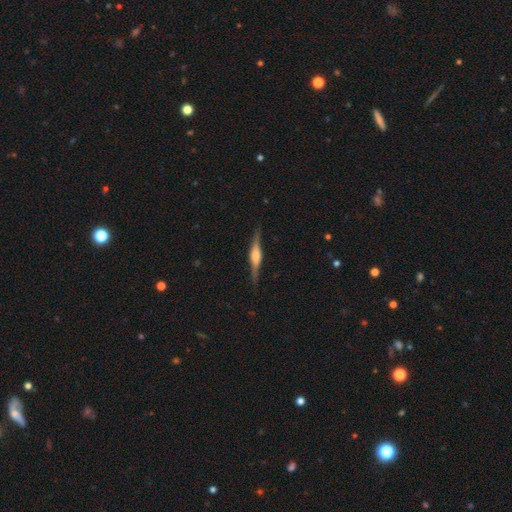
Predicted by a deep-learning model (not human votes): A featured or disk galaxy (79%) viewed edge-on (98%) with a rounded central bulge (79%).

Vote fractions:
- Smooth or featured? featured or disk: 79% / smooth: 16% / star or artifact: 5%
- Edge-on disk? yes: 98% / no: 2%
- Edge-on bulge? rounded: 79% / boxy: 18% / none: 4%
- Merging? none: 88% / minor disturbance: 9% / major disturbance: 2% / merger: 1%